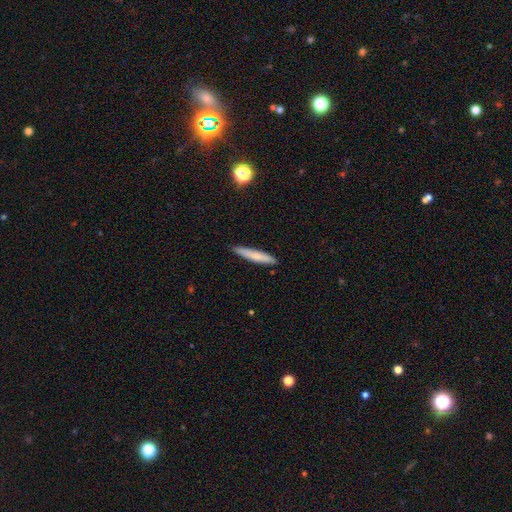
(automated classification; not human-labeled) This appears to be a smooth galaxy with no disk features (73%) that is cigar-shaped (93%). Merging: none (88%).